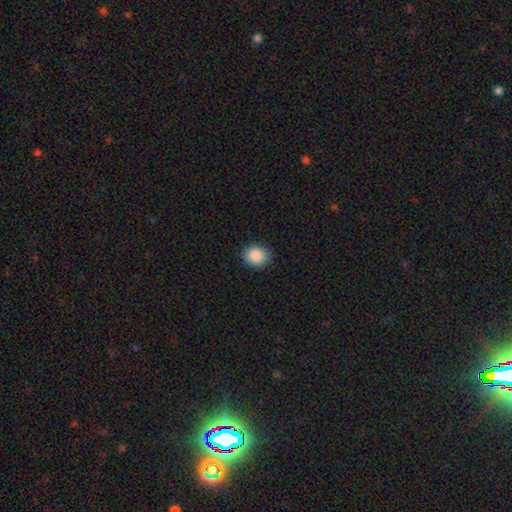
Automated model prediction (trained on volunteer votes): smooth_or_featured: smooth (p=0.89) [alt: star or artifact p=0.08]
how_rounded: round (p=0.78) [alt: in between p=0.21]
merging: none (p=0.89) [alt: minor disturbance p=0.08]